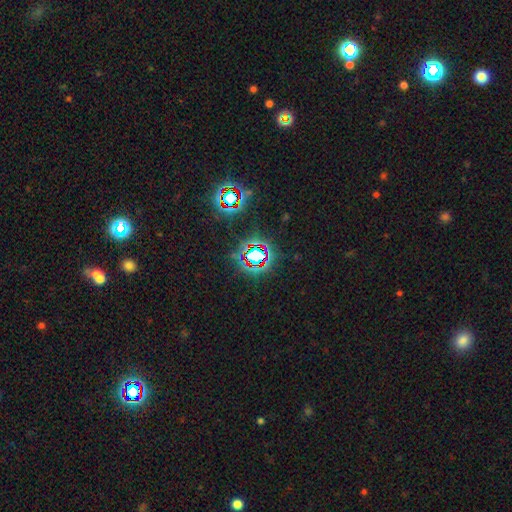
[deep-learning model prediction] Smooth or featured?
  - star or artifact: 74% *
  - smooth: 16%
  - featured or disk: 11%